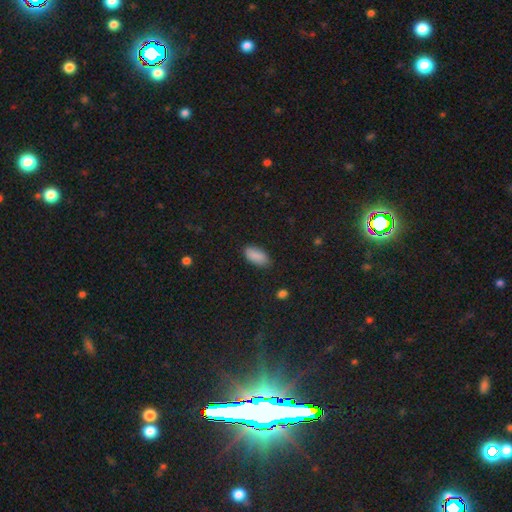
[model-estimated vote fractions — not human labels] smooth 89%, star or artifact 7%, featured or disk 4%. Down the decision tree: how rounded — in between (92%); merging — none (82%).